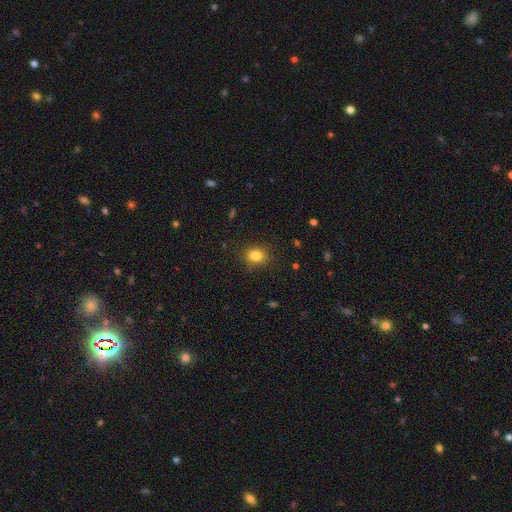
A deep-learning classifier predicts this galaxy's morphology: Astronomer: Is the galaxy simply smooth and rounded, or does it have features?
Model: smooth — 83%.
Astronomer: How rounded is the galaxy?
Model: round — 62%.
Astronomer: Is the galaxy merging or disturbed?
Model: none — 86%.